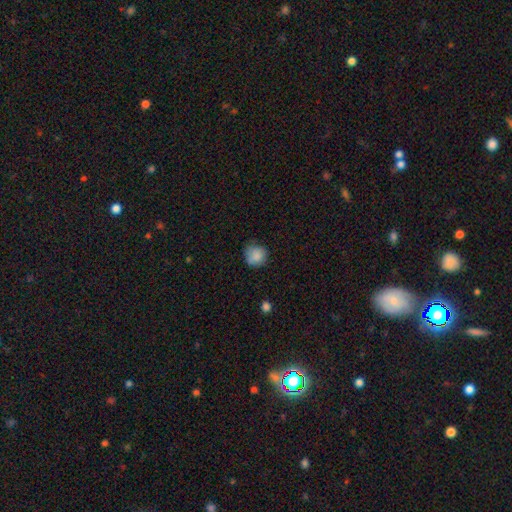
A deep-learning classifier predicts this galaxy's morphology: A smooth galaxy with no disk features (84%) that is round (88%).

Vote fractions:
- Smooth or featured? smooth: 84% / star or artifact: 9% / featured or disk: 7%
- How rounded? round: 88% / in between: 11% / cigar-shaped: 1%
- Merging? none: 71% / minor disturbance: 23% / major disturbance: 5% / merger: 2%